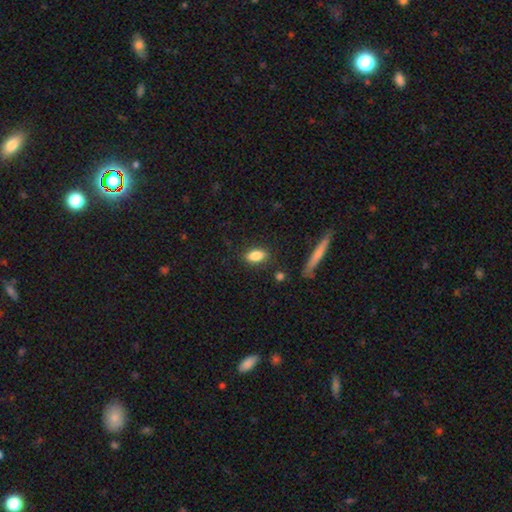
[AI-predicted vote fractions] Smooth or featured?
  - smooth: 85% *
  - star or artifact: 8%
  - featured or disk: 7%
How rounded?
  - in between: 84% *
  - round: 8%
  - cigar-shaped: 8%
Merging?
  - none: 84% *
  - minor disturbance: 10%
  - major disturbance: 3%
  - merger: 3%